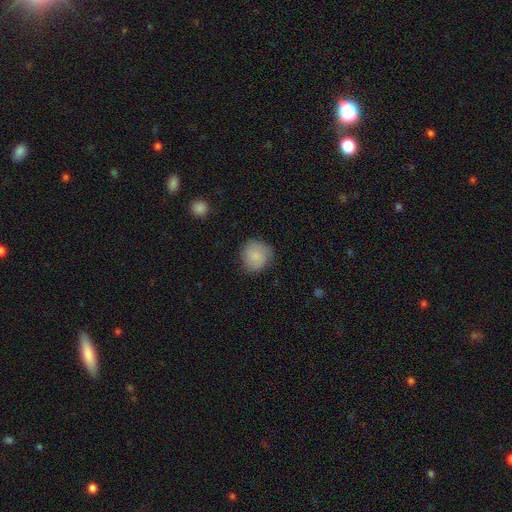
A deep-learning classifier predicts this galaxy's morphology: Q: Smooth or featured?
A: smooth (81%); runner-up: featured or disk (12%)
Q: How rounded?
A: round (86%); runner-up: in between (13%)
Q: Merging?
A: none (73%); runner-up: minor disturbance (20%)